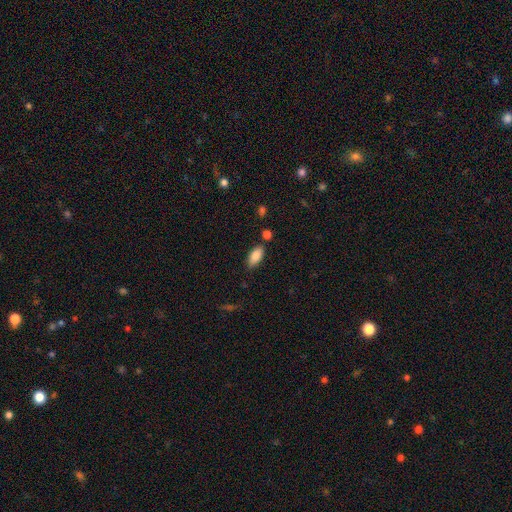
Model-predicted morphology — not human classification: type=smooth (86%); roundness=in between (90%); merging=none (78%).